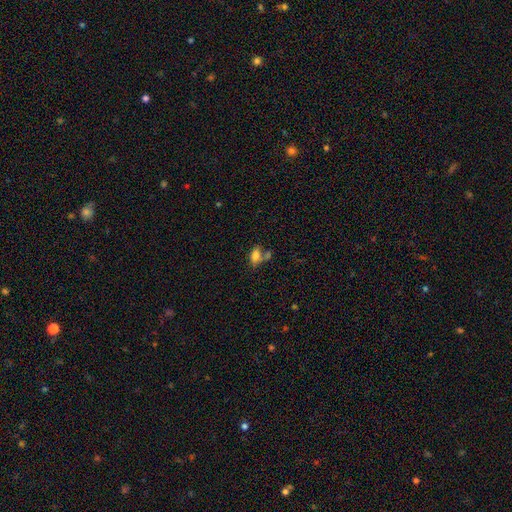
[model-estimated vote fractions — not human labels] Morphology: type=smooth (76%); roundness=in between (87%); merging=none (44%).